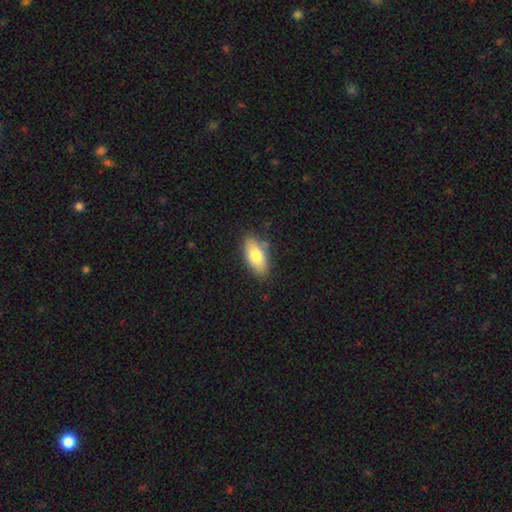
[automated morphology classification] A smooth galaxy with no disk features (77%) that is in between round and cigar-shaped (87%). Merging: none (82%).